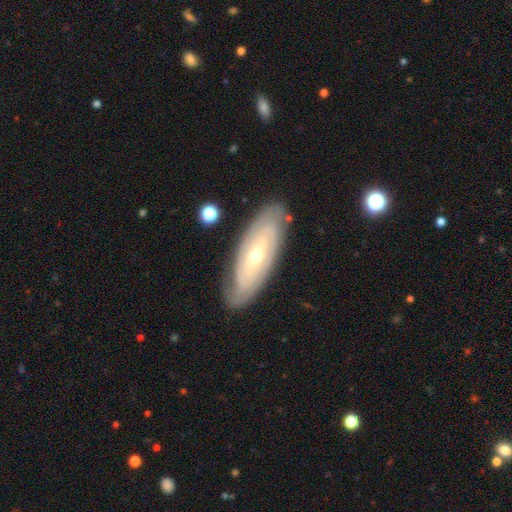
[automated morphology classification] smooth_or_featured: featured or disk (p=0.78) [alt: smooth p=0.16]
disk_edge_on: no (p=0.86) [alt: yes p=0.14]
bar: no (p=0.64) [alt: weak p=0.25]
has_spiral_arms: yes (p=0.85) [alt: no p=0.15]
spiral_winding: tight (p=0.76) [alt: medium p=0.18]
spiral_arm_count: can't tell (p=0.51) [alt: 2 p=0.28]
bulge_size: small (p=0.57) [alt: moderate p=0.40]
merging: none (p=0.82) [alt: minor disturbance p=0.13]